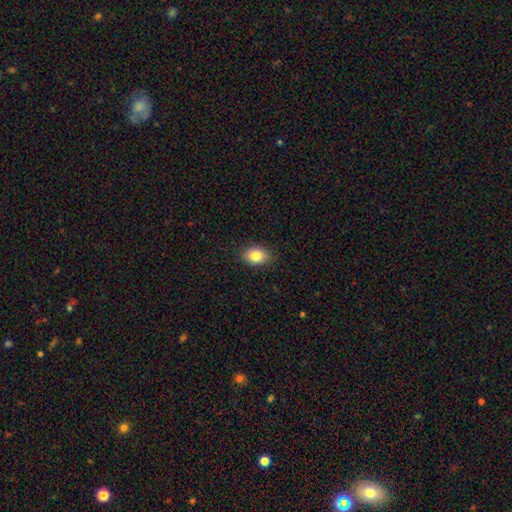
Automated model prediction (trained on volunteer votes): This appears to be a smooth galaxy with no disk features (84%) that is in between round and cigar-shaped (74%). Merging: none (88%).